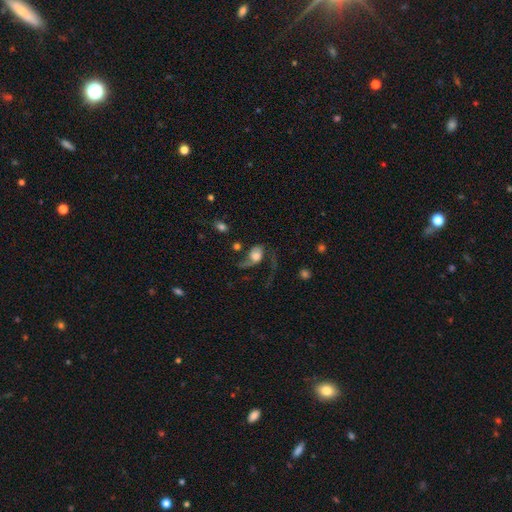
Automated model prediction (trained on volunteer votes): smooth_or_featured: featured or disk (p=0.52) [alt: smooth p=0.38]
disk_edge_on: no (p=0.96) [alt: yes p=0.04]
merging: major disturbance (p=0.51) [alt: none p=0.25]